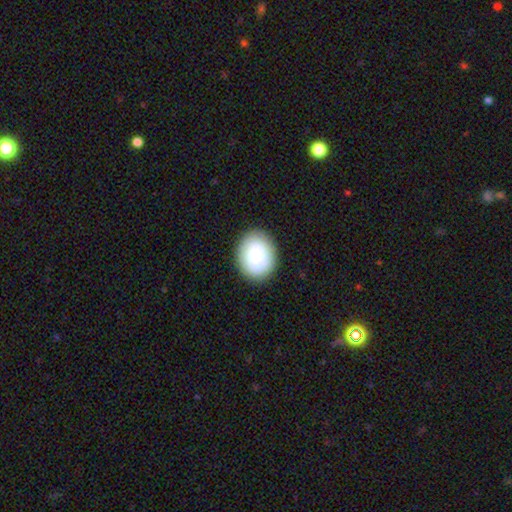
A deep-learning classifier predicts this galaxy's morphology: Q: Smooth or featured?
A: smooth (74%); runner-up: featured or disk (19%)
Q: How rounded?
A: round (56%); runner-up: in between (43%)
Q: Merging?
A: none (83%); runner-up: minor disturbance (11%)